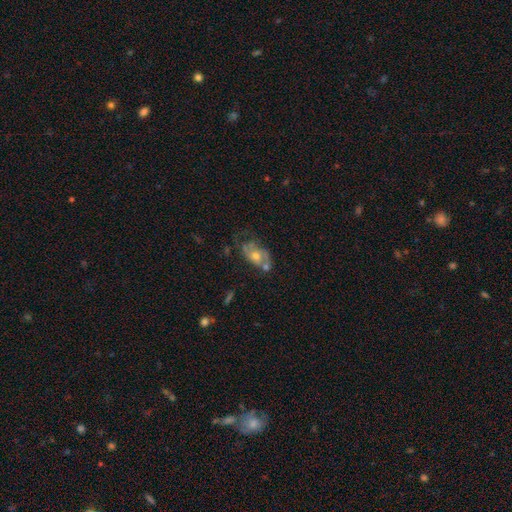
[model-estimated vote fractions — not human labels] Smooth or featured: featured or disk — 62% (smooth — 28%)
Edge-on disk: no — 94% (yes — 6%)
Bar: no — 79% (weak — 17%)
Spiral arms: yes — 63% (no — 37%)
Bulge size: moderate — 64% (small — 25%)
Merging: none — 42% (minor disturbance — 26%)